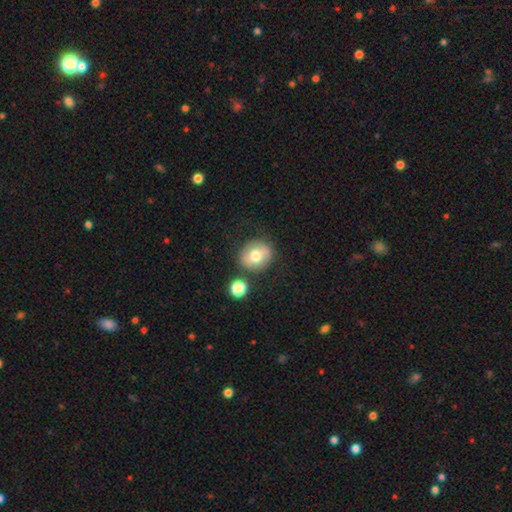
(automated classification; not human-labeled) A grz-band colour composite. It shows a smooth galaxy with no disk features (69%) that is round (80%). Merging: none (77%).